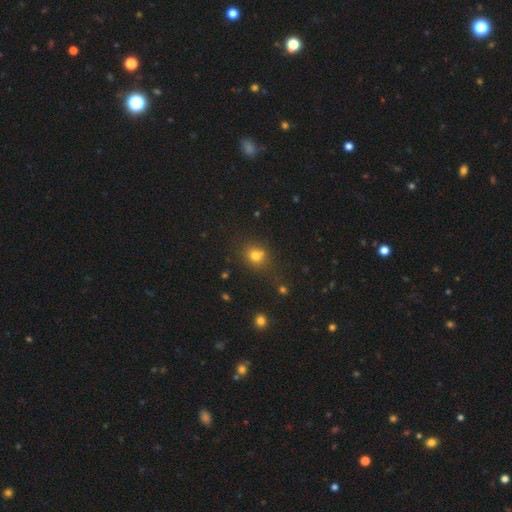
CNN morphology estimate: Smooth or featured?
  - smooth: 73% *
  - star or artifact: 17%
  - featured or disk: 10%
How rounded?
  - round: 73% *
  - in between: 26%
  - cigar-shaped: 1%
Merging?
  - none: 60% *
  - merger: 21%
  - minor disturbance: 14%
  - major disturbance: 6%